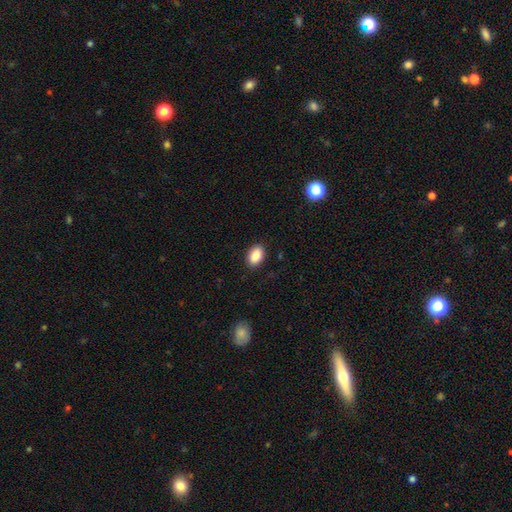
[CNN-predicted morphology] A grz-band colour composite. It shows a smooth galaxy with no disk features (89%) that is in between round and cigar-shaped (88%). Merging: none (88%).